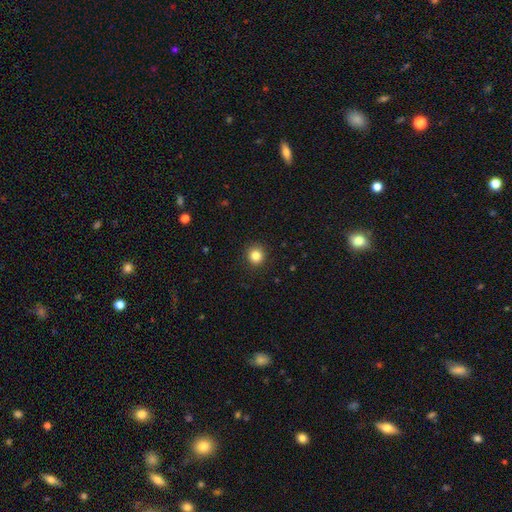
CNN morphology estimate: The model was most divided on "smooth or featured": smooth: 84%, star or artifact: 11%, featured or disk: 5%. More confident: merging — none (91%); how rounded — round (91%).